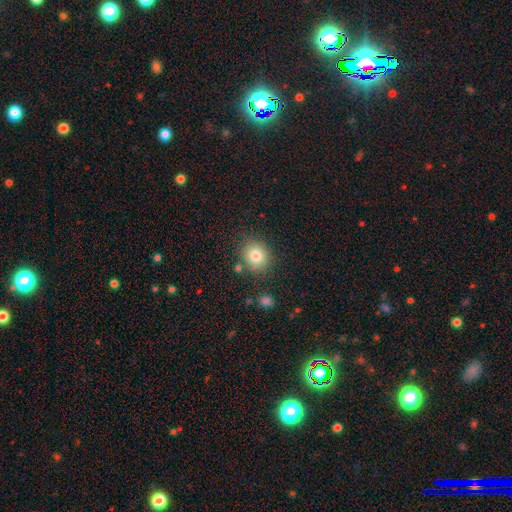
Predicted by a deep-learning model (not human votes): This appears to be a smooth galaxy with no disk features (81%) that is round (75%). Merging: none (80%).